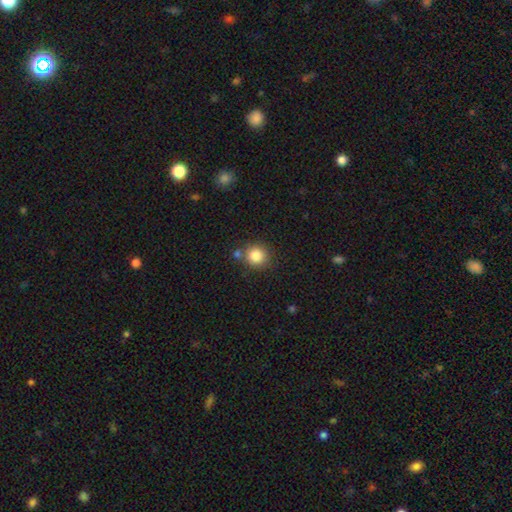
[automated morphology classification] This appears to be a smooth galaxy with no disk features (84%) that is round (89%). Merging: none (74%).